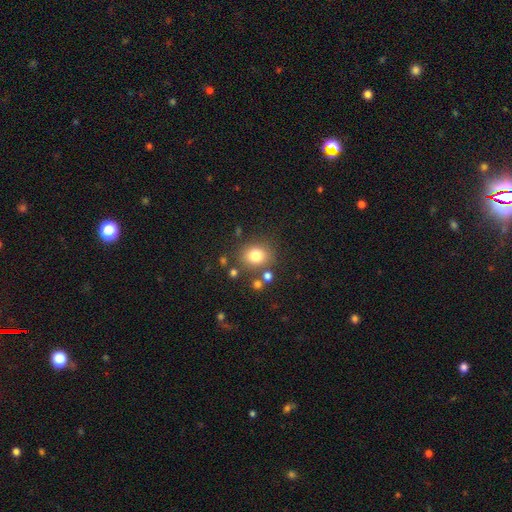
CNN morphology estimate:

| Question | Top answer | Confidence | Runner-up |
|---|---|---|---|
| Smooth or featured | smooth | 79% | star or artifact (12%) |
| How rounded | round | 70% | in between (29%) |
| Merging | none | 77% | minor disturbance (11%) |